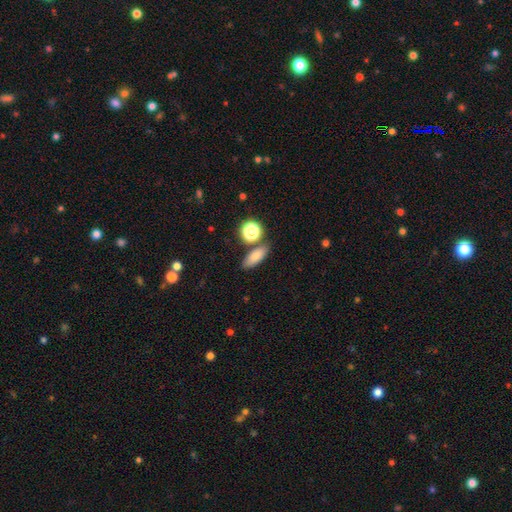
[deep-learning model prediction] smooth-or-featured: smooth: 79% | star or artifact: 11% | featured or disk: 10%
  how-rounded: in between: 67% | cigar-shaped: 22% | round: 11%
  merging: none: 72% | minor disturbance: 12% | merger: 12% | major disturbance: 4%